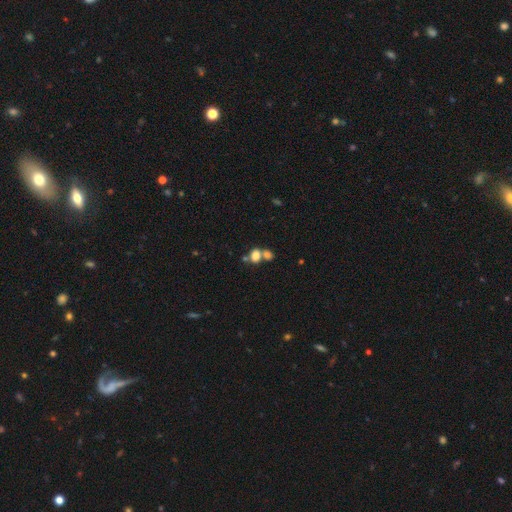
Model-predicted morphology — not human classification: The model was most divided on "how rounded": in between: 57%, round: 41%, cigar-shaped: 2%. More confident: smooth or featured — smooth (77%); merging — merger (52%).